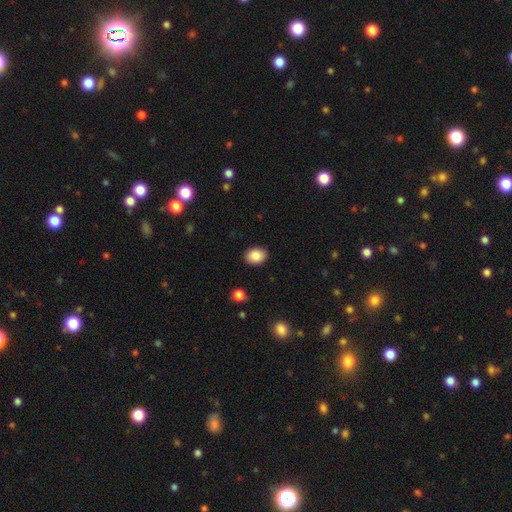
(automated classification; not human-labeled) smooth 88%, star or artifact 8%, featured or disk 4%. Down the decision tree: how rounded — in between (61%); merging — none (89%).